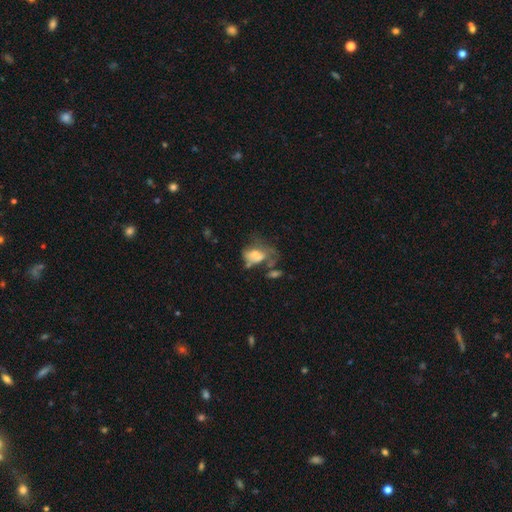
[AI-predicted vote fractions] Smooth or featured? Predicted: smooth (p=0.55). How rounded? Predicted: in between (p=0.83). Merging? Predicted: major disturbance (p=0.40).